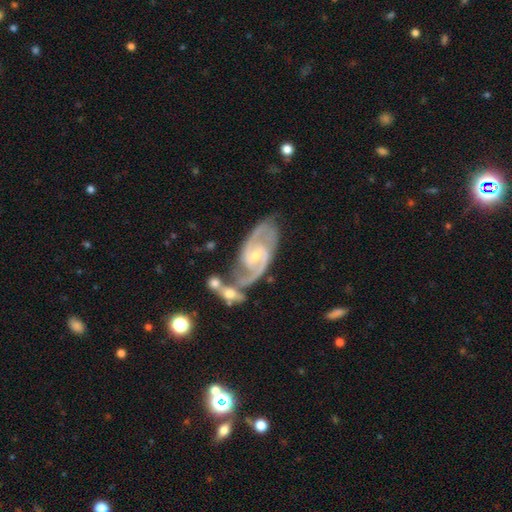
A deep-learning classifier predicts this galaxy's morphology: Q: Smooth or featured?
A: featured or disk (92%); runner-up: star or artifact (4%)
Q: Edge-on disk?
A: no (97%); runner-up: yes (3%)
Q: Bar?
A: weak (49%); runner-up: no (34%)
Q: Spiral arms?
A: yes (98%); runner-up: no (2%)
Q: Spiral winding?
A: medium (57%); runner-up: tight (30%)
Q: Spiral arm count?
A: 2 (89%); runner-up: 3 (4%)
Q: Bulge size?
A: small (66%); runner-up: moderate (29%)
Q: Merging?
A: none (47%); runner-up: merger (28%)